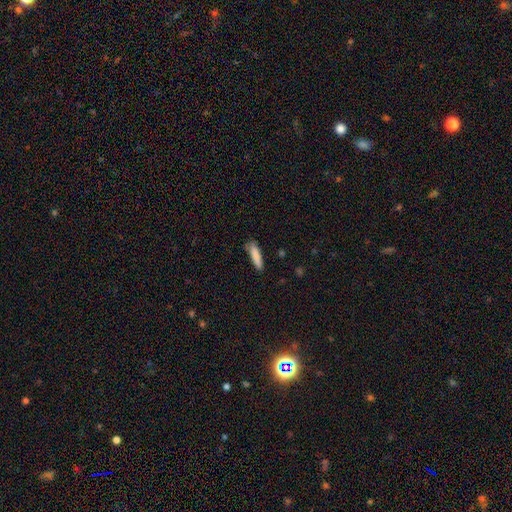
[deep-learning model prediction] This is clearly a smooth galaxy (85%). How rounded: likely cigar-shaped (77%). Merging: likely none (76%).